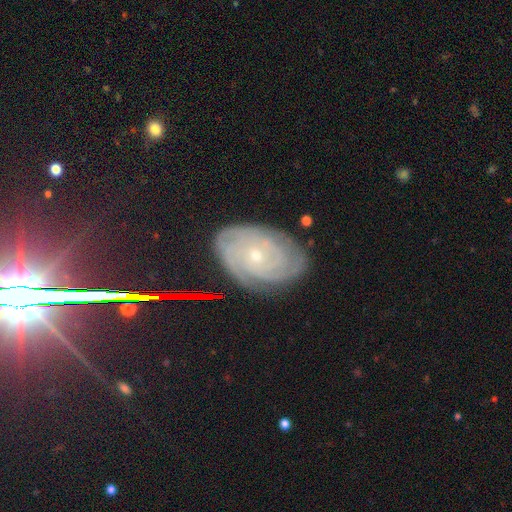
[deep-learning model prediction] Smooth or featured: featured or disk — 82% (smooth — 9%)
Edge-on disk: no — 96% (yes — 4%)
Bar: no — 81% (weak — 15%)
Spiral arms: yes — 96% (no — 4%)
Spiral winding: tight — 83% (medium — 14%)
Spiral arm count: can't tell — 32% (3 — 18%)
Bulge size: small — 77% (moderate — 20%)
Merging: none — 79% (minor disturbance — 16%)